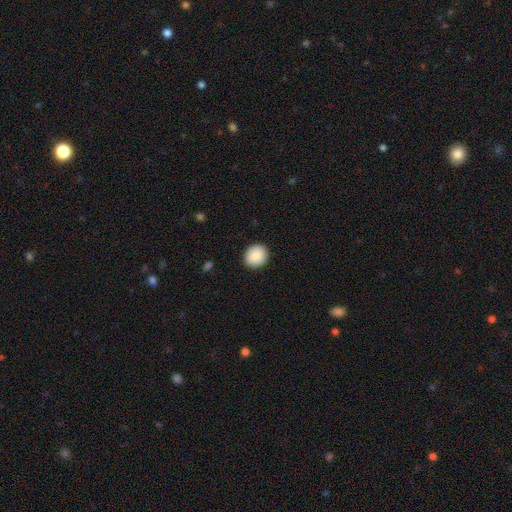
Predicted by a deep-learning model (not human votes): A smooth galaxy with no disk features (89%) that is round (78%).

Vote fractions:
- Smooth or featured? smooth: 89% / star or artifact: 7% / featured or disk: 4%
- How rounded? round: 78% / in between: 21% / cigar-shaped: 1%
- Merging? none: 91% / minor disturbance: 6% / major disturbance: 2% / merger: 1%